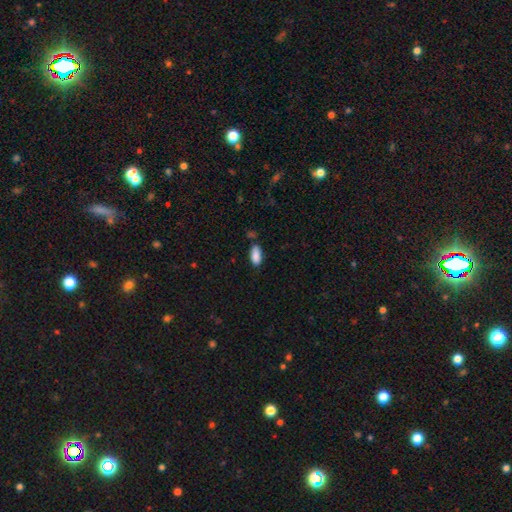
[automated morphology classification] Overall: smooth (89%). How rounded: in between (87%). Merging: none (76%).